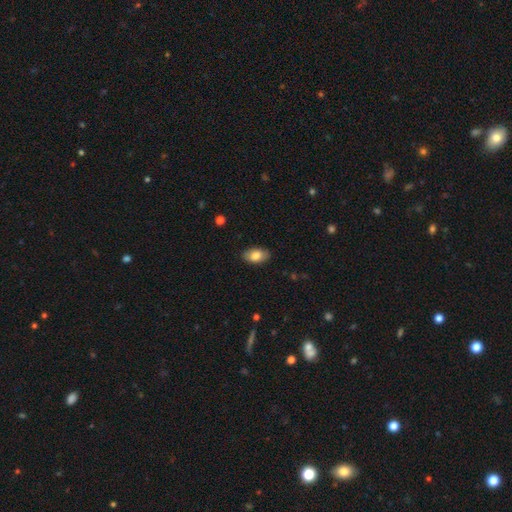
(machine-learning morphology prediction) smooth_or_featured: smooth (p=0.80) [alt: featured or disk p=0.13]
how_rounded: in between (p=0.93) [alt: round p=0.06]
merging: none (p=0.85) [alt: minor disturbance p=0.12]